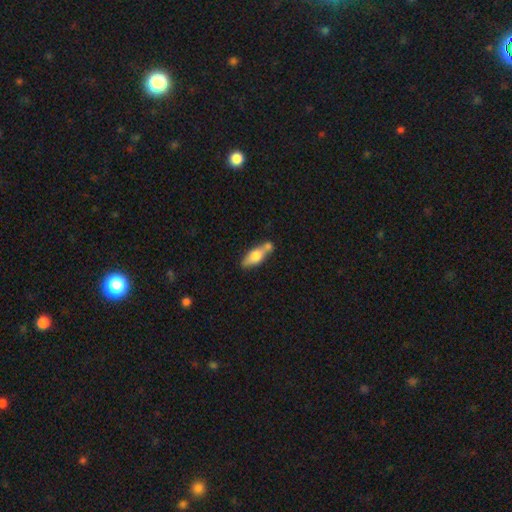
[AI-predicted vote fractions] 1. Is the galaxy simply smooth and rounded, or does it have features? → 61% smooth, 33% featured or disk, 6% star or artifact.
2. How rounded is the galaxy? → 60% in between, 37% cigar-shaped, 3% round.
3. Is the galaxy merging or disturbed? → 51% none, 27% merger, 17% minor disturbance, 4% major disturbance.